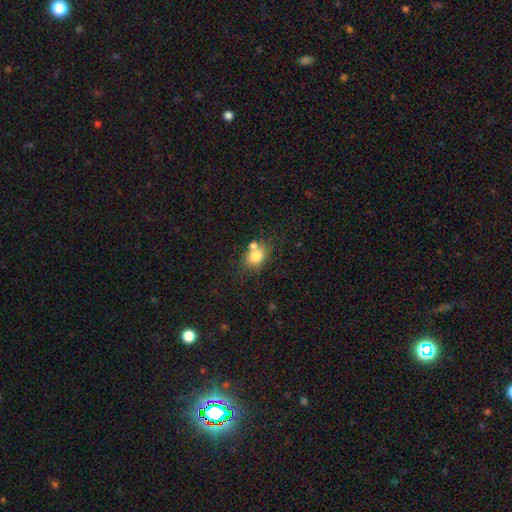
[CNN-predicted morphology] smooth_or_featured: smooth (p=0.76) [alt: featured or disk p=0.12]
how_rounded: in between (p=0.51) [alt: round p=0.48]
merging: none (p=0.51) [alt: merger p=0.28]